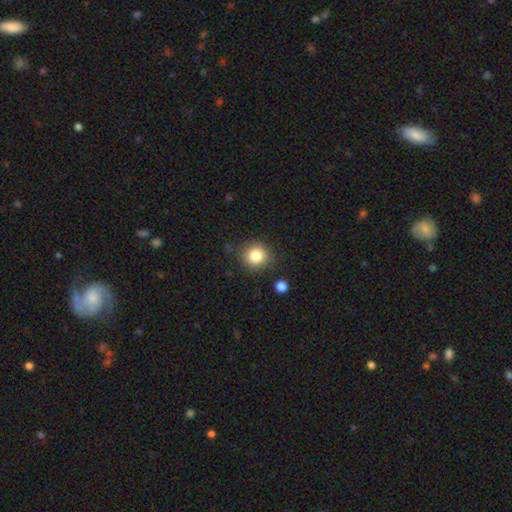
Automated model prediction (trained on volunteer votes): smooth_or_featured: smooth (p=0.83) [alt: star or artifact p=0.11]
how_rounded: round (p=0.90) [alt: in between p=0.09]
merging: none (p=0.85) [alt: minor disturbance p=0.09]